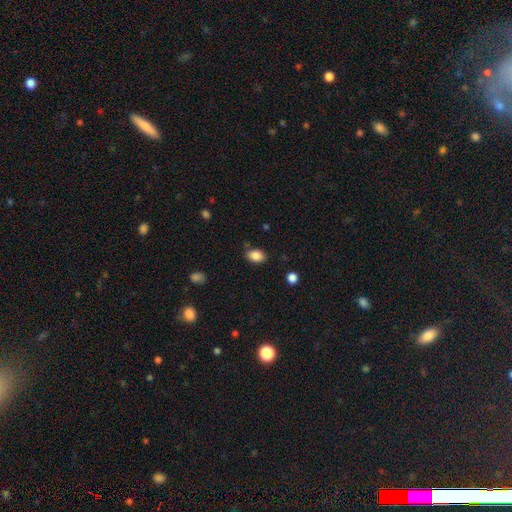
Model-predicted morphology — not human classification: This appears to be a smooth galaxy with no disk features (87%) that is in between round and cigar-shaped (84%). Merging: none (80%).